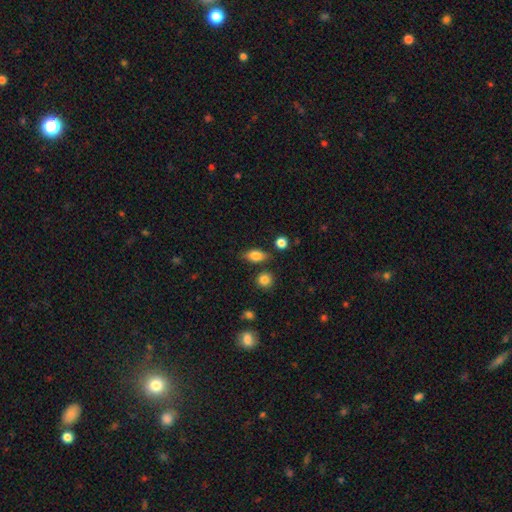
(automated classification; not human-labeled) smooth_or_featured: smooth (p=0.77) [alt: featured or disk p=0.14]
how_rounded: in between (p=0.79) [alt: round p=0.10]
merging: none (p=0.77) [alt: minor disturbance p=0.14]